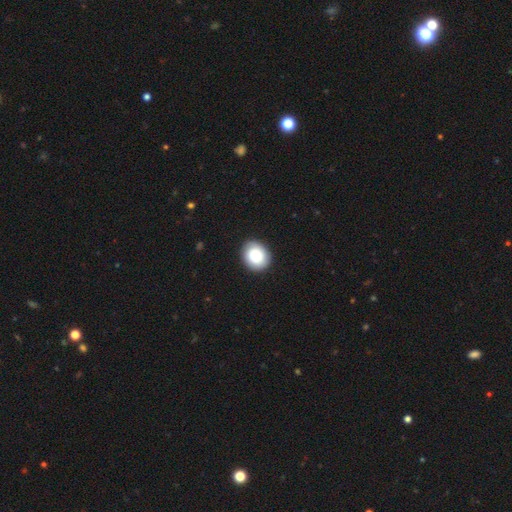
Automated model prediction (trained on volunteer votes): A smooth galaxy with no disk features (83%) that is round (66%). Merging: none (89%).